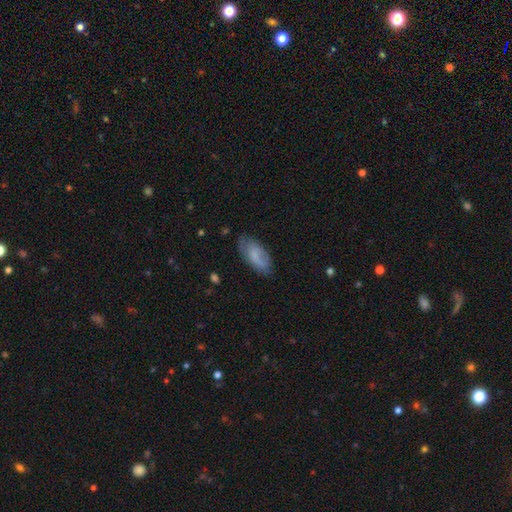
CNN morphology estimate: A smooth galaxy with no disk features (69%) that is in between round and cigar-shaped (89%).

Vote fractions:
- Smooth or featured? smooth: 69% / featured or disk: 24% / star or artifact: 7%
- How rounded? in between: 89% / cigar-shaped: 9% / round: 2%
- Merging? none: 65% / minor disturbance: 26% / major disturbance: 8% / merger: 2%